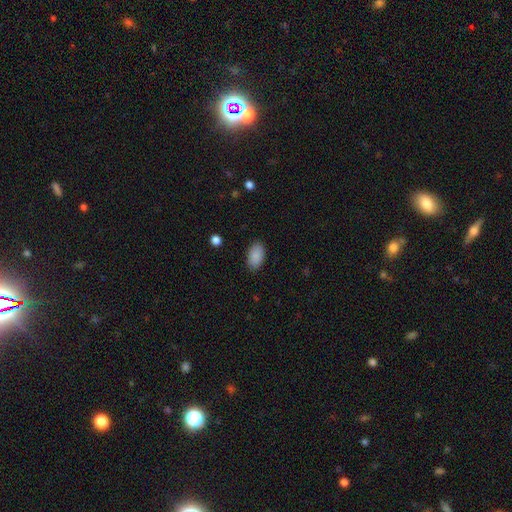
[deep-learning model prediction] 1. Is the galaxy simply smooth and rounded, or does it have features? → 89% smooth, 7% star or artifact, 4% featured or disk.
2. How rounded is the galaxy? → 94% in between, 4% round, 1% cigar-shaped.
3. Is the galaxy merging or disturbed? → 88% none, 9% minor disturbance, 2% major disturbance, 1% merger.